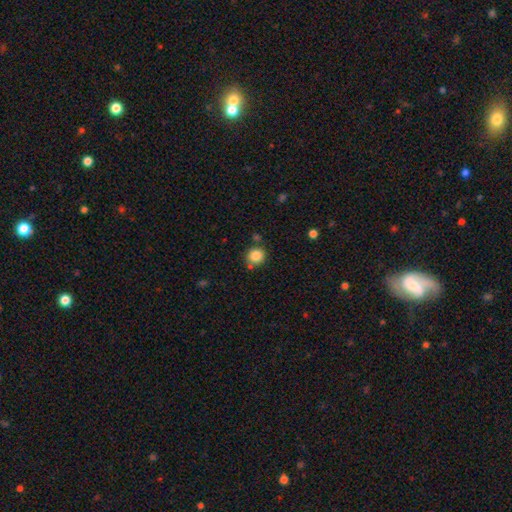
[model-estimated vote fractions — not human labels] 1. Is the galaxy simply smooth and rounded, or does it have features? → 84% smooth, 10% star or artifact, 5% featured or disk.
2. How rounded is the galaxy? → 88% round, 11% in between, 1% cigar-shaped.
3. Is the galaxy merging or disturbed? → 76% none, 11% minor disturbance, 10% merger, 3% major disturbance.